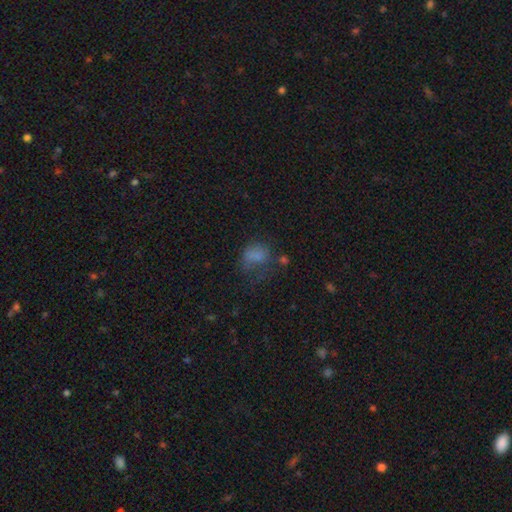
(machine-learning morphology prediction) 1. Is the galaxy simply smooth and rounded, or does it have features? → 67% smooth, 17% star or artifact, 16% featured or disk.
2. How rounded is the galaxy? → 60% in between, 38% round, 1% cigar-shaped.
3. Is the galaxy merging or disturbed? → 35% major disturbance, 32% none, 24% minor disturbance, 9% merger.